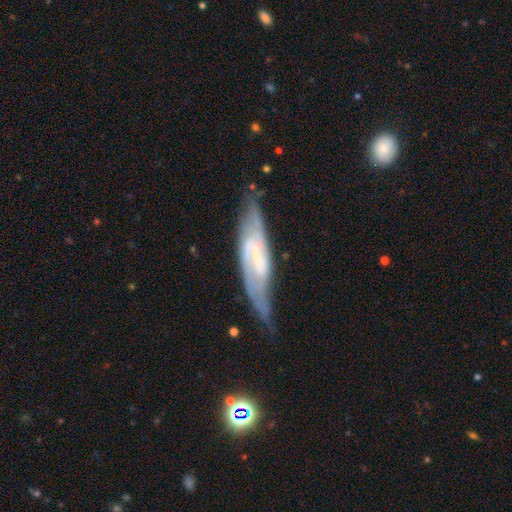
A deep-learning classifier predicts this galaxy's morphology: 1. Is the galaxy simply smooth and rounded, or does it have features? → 75% featured or disk, 18% smooth, 7% star or artifact.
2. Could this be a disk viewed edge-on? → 68% no, 32% yes.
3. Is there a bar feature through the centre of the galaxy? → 41% weak, 34% no, 25% strong.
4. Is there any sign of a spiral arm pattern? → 86% yes, 14% no.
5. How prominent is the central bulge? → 43% small, 32% none, 19% moderate, 4% large, 1% dominant.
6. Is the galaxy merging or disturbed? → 58% none, 28% minor disturbance, 12% major disturbance, 3% merger.